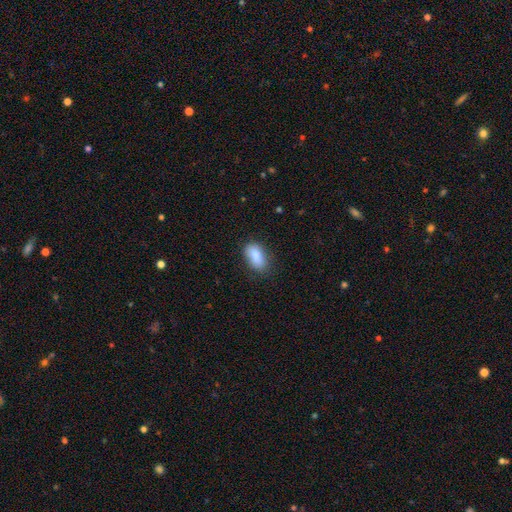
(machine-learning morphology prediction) smooth 87%, star or artifact 7%, featured or disk 6%. Down the decision tree: how rounded — in between (91%); merging — none (74%).